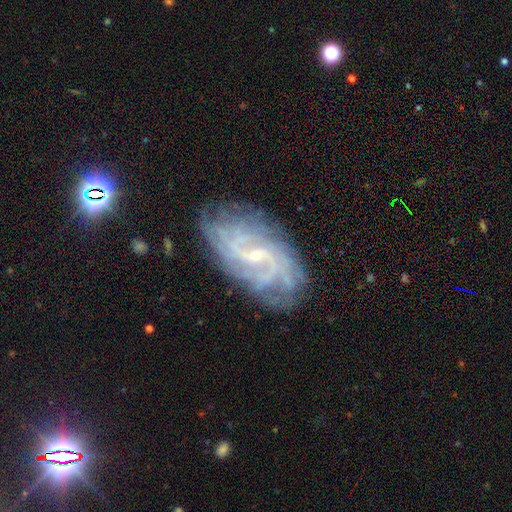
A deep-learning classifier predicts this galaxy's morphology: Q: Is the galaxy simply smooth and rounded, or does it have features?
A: featured or disk — 85%.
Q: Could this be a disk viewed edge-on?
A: no — 95%.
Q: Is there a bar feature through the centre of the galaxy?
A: weak — 51%.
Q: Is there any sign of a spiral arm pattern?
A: yes — 96%.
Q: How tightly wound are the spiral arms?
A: tight — 55%.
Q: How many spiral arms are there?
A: can't tell — 37%.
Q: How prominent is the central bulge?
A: small — 81%.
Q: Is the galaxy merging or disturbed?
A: none — 76%.